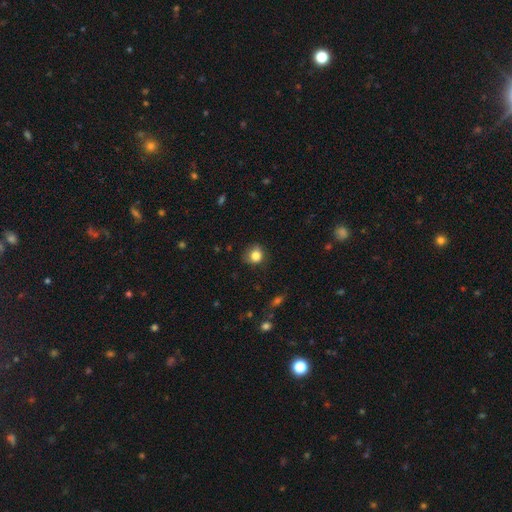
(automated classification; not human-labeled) This appears to be a smooth galaxy with no disk features (82%) that is round (75%). Merging: none (69%).